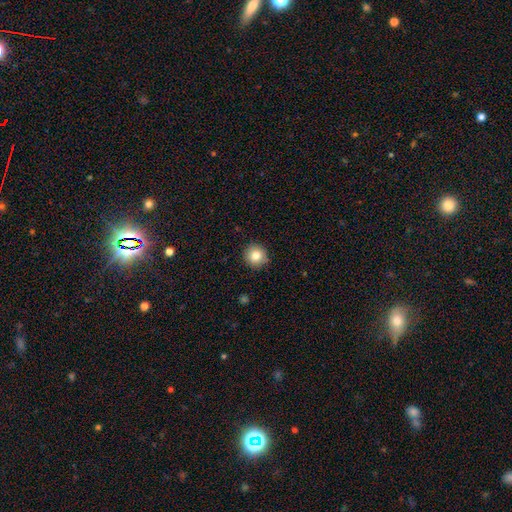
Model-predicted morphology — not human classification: Smooth or featured: smooth — 81% (star or artifact — 10%)
How rounded: round — 93% (in between — 6%)
Merging: none — 90% (minor disturbance — 7%)